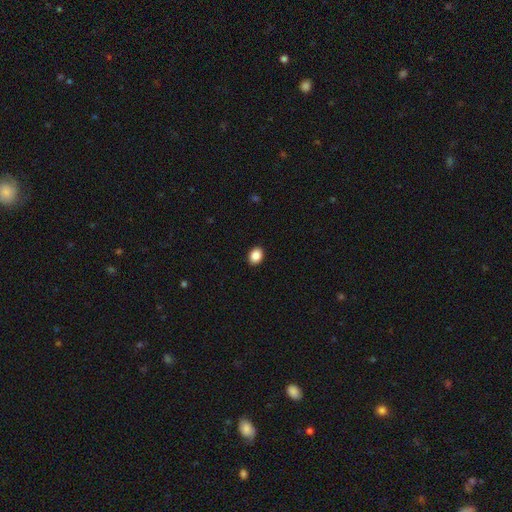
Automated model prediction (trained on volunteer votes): Smooth or featured?
  - smooth: 88% *
  - star or artifact: 8%
  - featured or disk: 3%
How rounded?
  - in between: 66% *
  - round: 33%
  - cigar-shaped: 1%
Merging?
  - none: 91% *
  - minor disturbance: 6%
  - major disturbance: 2%
  - merger: 1%